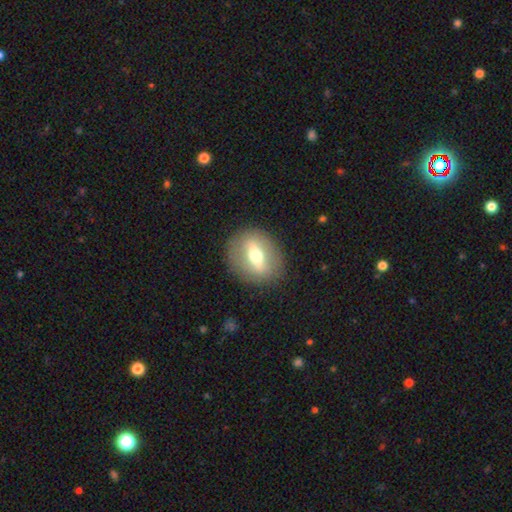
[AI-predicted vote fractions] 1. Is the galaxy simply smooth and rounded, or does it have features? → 51% featured or disk, 42% smooth, 7% star or artifact.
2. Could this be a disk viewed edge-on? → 67% no, 33% yes.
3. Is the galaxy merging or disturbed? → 87% none, 8% minor disturbance, 3% major disturbance, 1% merger.